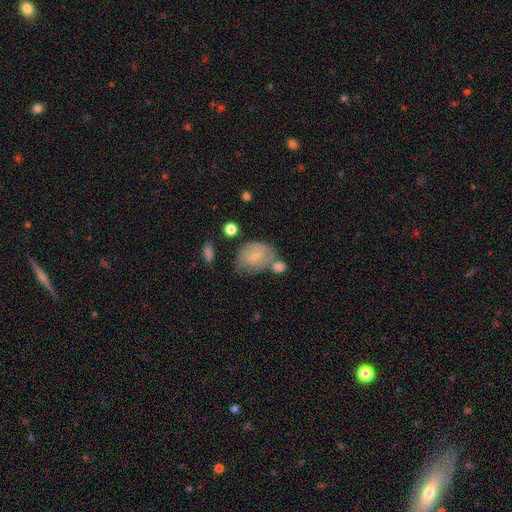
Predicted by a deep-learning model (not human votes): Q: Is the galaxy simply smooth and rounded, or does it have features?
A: smooth — 52%.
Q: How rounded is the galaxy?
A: in between — 58%.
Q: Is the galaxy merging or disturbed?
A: none — 40%.